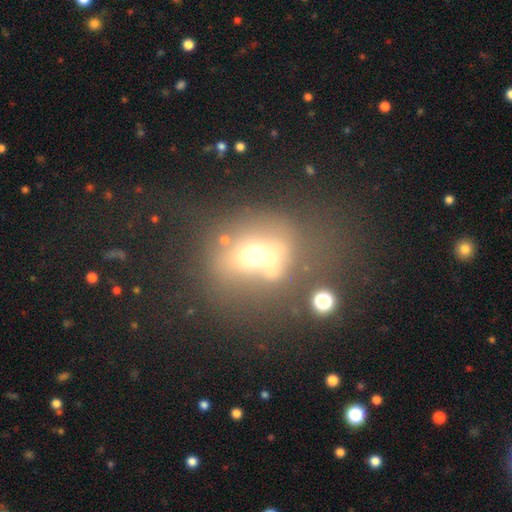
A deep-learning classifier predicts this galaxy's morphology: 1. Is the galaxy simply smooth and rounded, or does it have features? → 48% smooth, 31% featured or disk, 21% star or artifact.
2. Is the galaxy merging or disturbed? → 35% none, 32% merger, 18% major disturbance, 15% minor disturbance.